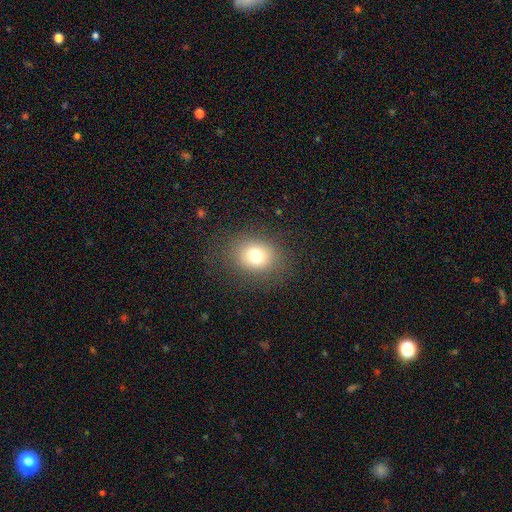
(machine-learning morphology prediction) smooth 74%, star or artifact 15%, featured or disk 12%. Down the decision tree: how rounded — round (58%); merging — none (82%).